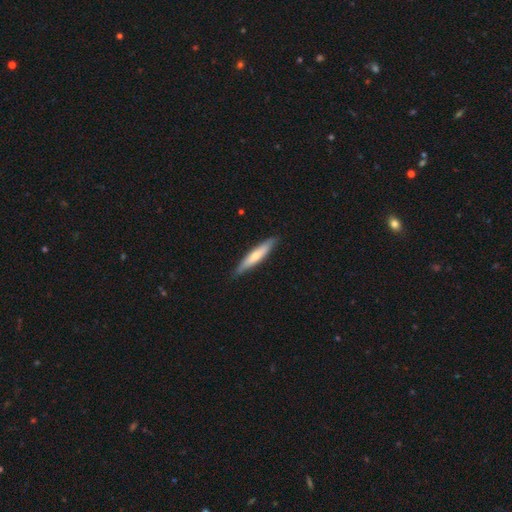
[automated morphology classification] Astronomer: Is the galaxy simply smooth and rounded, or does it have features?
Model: smooth — 59% (runner-up: featured or disk, 36%).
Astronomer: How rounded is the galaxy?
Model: cigar-shaped — 88%.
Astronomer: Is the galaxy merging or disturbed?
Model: none — 87%.